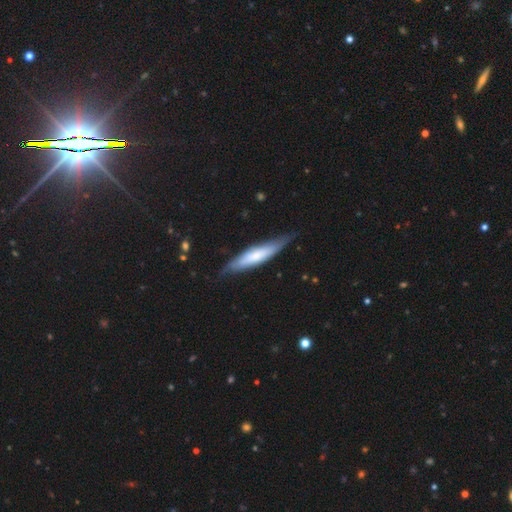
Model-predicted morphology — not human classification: Overall: smooth (56%; featured or disk 39%). How rounded: cigar-shaped (81%). Merging: none (76%).